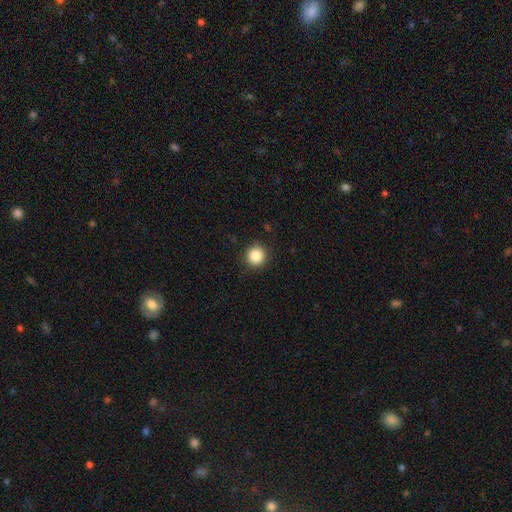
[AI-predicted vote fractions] Smooth or featured? smooth (87%)
How rounded? round (94%)
Merging? none (91%)